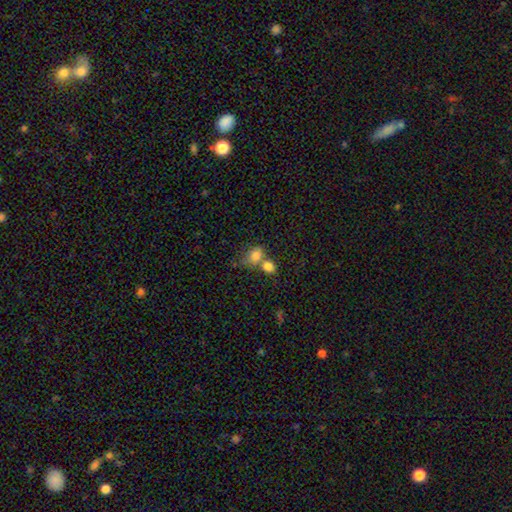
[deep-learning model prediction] The model was most divided on "merging": merger: 50%, none: 35%, minor disturbance: 11%, major disturbance: 5%. More confident: smooth or featured — smooth (80%); how rounded — in between (58%).